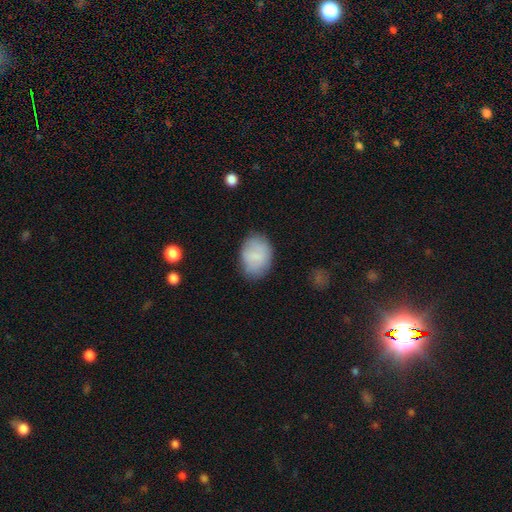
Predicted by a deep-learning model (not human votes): Morphology: type=smooth (80%); roundness=in between (70%); merging=none (77%).